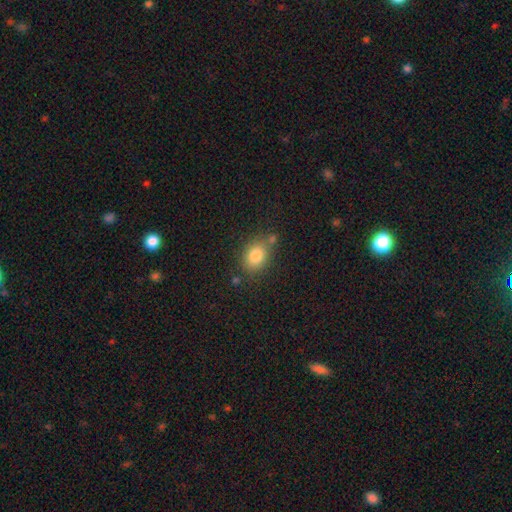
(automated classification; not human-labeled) Morphology: type=smooth (83%); roundness=in between (63%); merging=none (69%).